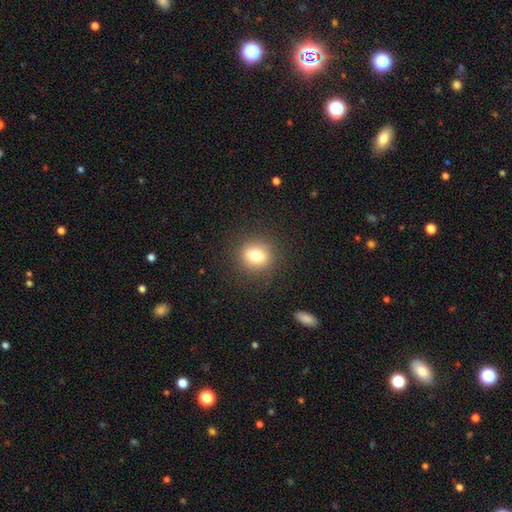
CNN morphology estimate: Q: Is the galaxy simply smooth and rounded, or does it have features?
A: smooth — 78%.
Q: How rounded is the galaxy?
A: round — 72%.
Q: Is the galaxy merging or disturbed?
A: none — 87%.